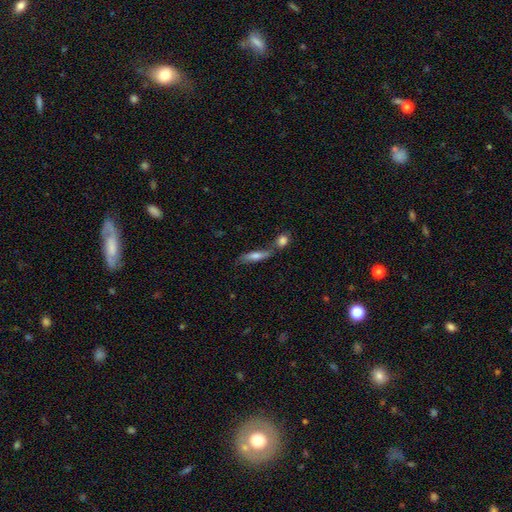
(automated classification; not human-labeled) smooth 65%, featured or disk 27%, star or artifact 7%. Down the decision tree: how rounded — cigar-shaped (61%); merging — none (46%).